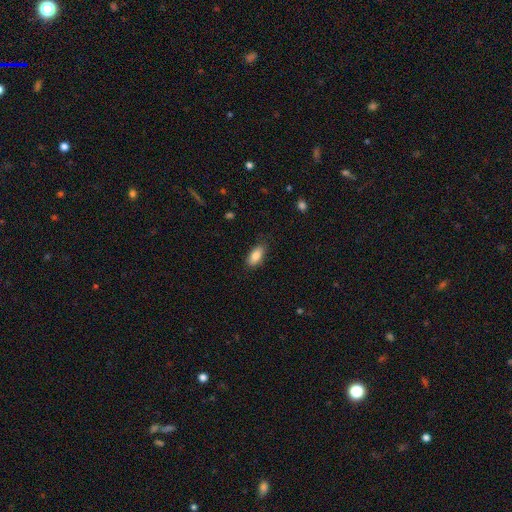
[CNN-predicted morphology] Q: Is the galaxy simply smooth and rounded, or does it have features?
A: smooth — 86%.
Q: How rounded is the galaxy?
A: in between — 87%.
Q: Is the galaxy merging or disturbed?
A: none — 83%.